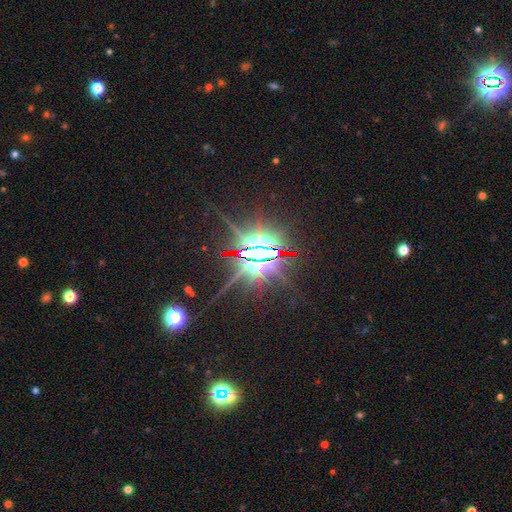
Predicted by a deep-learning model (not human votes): A star or artifact, not a galaxy (84%).